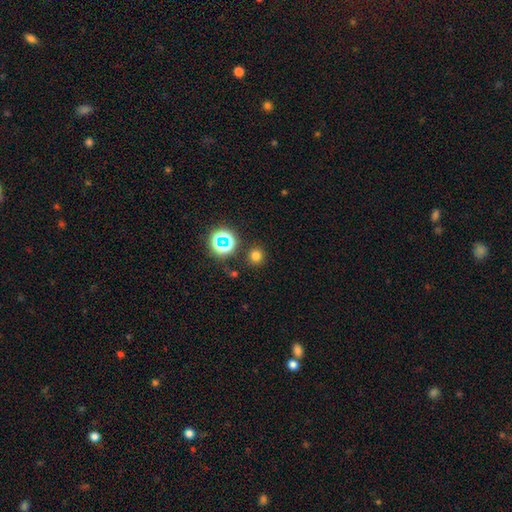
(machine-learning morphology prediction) Overall: smooth (72%). How rounded: round (92%). Merging: none (88%).